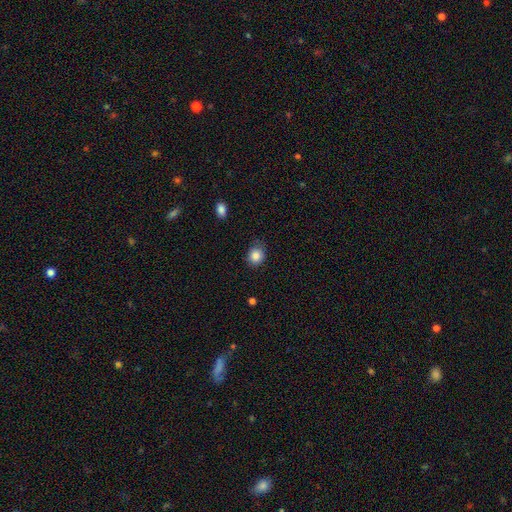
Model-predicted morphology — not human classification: Overall: smooth (85%). How rounded: round (70%). Merging: none (79%).